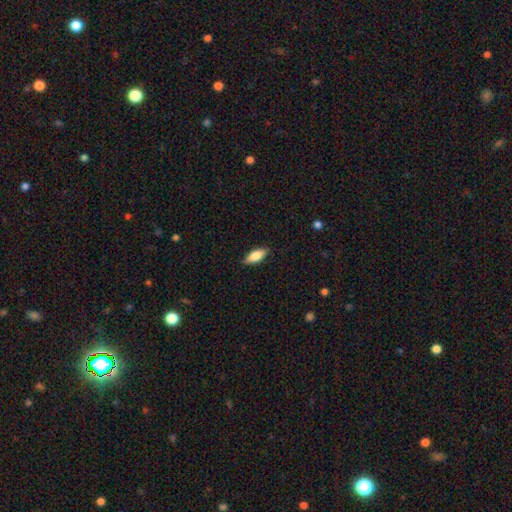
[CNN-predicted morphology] This is likely a smooth galaxy (80%). How rounded: likely in between (77%). Merging: clearly none (86%).